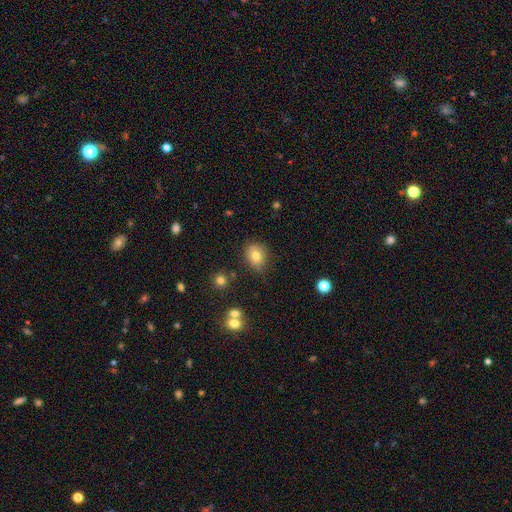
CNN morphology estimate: Smooth or featured? Predicted: smooth (p=0.77). How rounded? Predicted: round (p=0.56). Merging? Predicted: none (p=0.76).